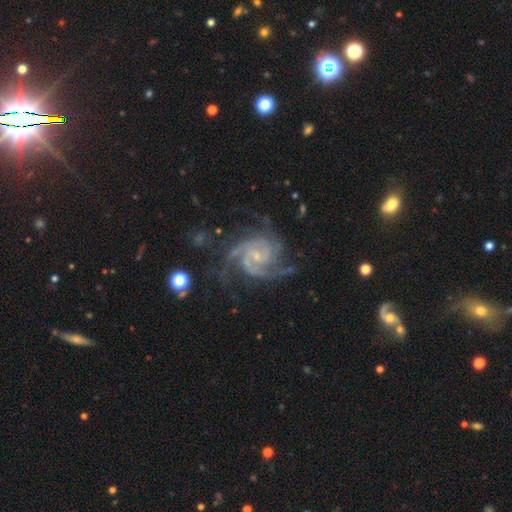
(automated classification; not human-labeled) Smooth or featured? featured or disk (92%)
Edge-on disk? no (98%)
Bar? no (50%)
Spiral arms? yes (98%)
Spiral winding? tight (51%)
Spiral arm count? 3 (40%)
Bulge size? small (73%)
Merging? none (65%)